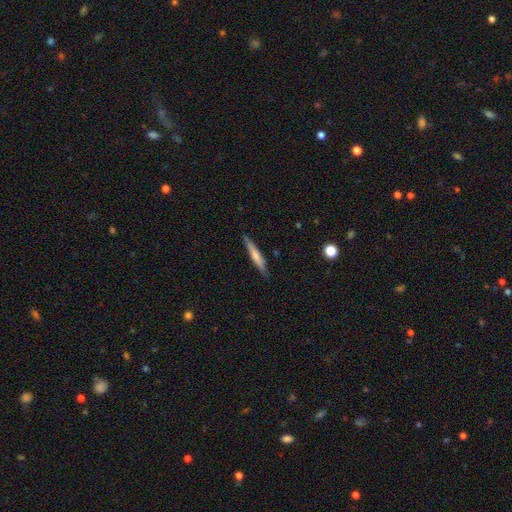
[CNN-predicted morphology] Q: Smooth or featured?
A: smooth (56%); runner-up: featured or disk (39%)
Q: How rounded?
A: cigar-shaped (94%); runner-up: in between (4%)
Q: Merging?
A: none (88%); runner-up: minor disturbance (9%)